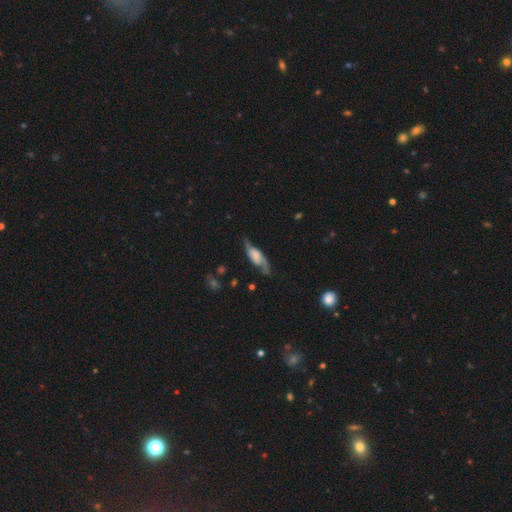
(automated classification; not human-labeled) Smooth or featured? featured or disk (69%)
Edge-on disk? no (74%)
Bar? no (58%)
Spiral arms? yes (90%)
Bulge size? none (29%)
Merging? none (64%)